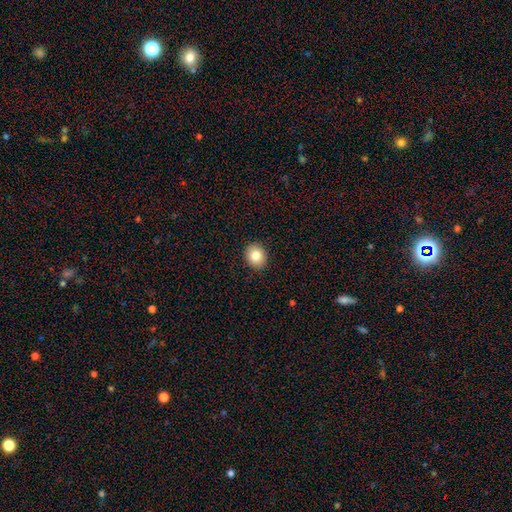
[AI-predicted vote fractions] The model was most divided on "how rounded": round: 65%, in between: 34%, cigar-shaped: 1%. More confident: merging — none (91%); smooth or featured — smooth (82%).